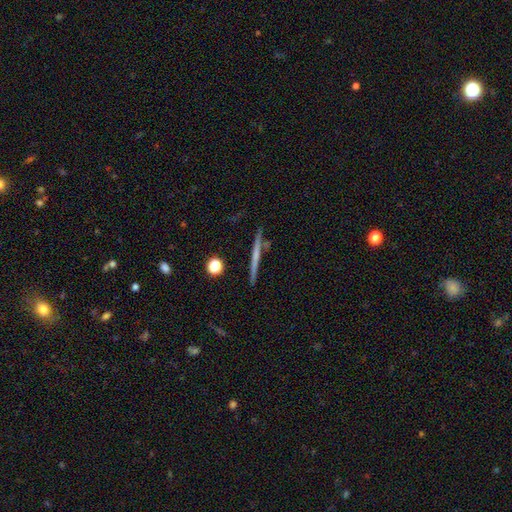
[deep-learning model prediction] Smooth or featured: featured or disk — 55% (smooth — 37%)
Edge-on disk: yes — 97% (no — 3%)
Edge-on bulge: none — 77% (rounded — 18%)
Merging: none — 87% (minor disturbance — 8%)